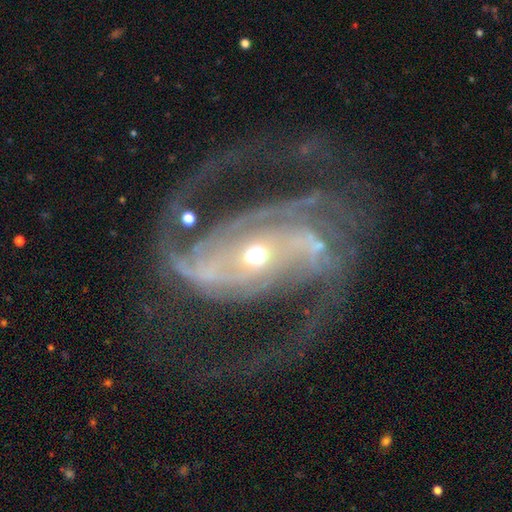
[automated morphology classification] A featured or disk galaxy (89%) with no bar (49%), 2 (55%) medium (43%) spiral arms (96%) and a small central bulge (52%).

Vote fractions:
- Smooth or featured? featured or disk: 89% / star or artifact: 6% / smooth: 5%
- Edge-on disk? no: 97% / yes: 3%
- Bar? no: 49% / weak: 29% / strong: 21%
- Spiral arms? yes: 96% / no: 4%
- Spiral winding? medium: 43% / tight: 30% / loose: 27%
- Spiral arm count? 2: 55% / 3: 13% / can't tell: 11% / 4: 7% / 1: 6% / more than 4: 6%
- Bulge size? small: 52% / moderate: 43% / large: 2% / none: 1% / dominant: 1%
- Merging? none: 51% / major disturbance: 25% / minor disturbance: 19% / merger: 6%